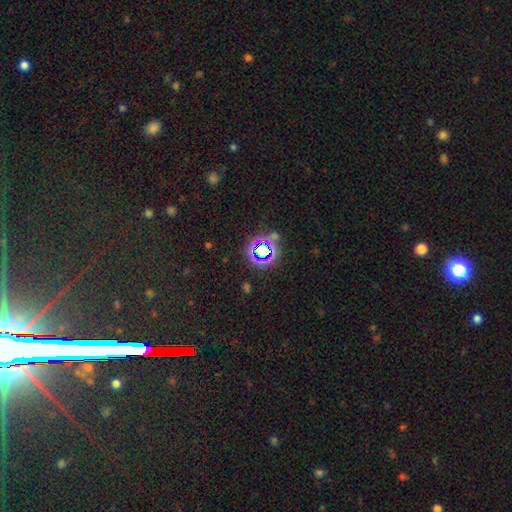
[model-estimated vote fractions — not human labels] Overall: star or artifact (70%).